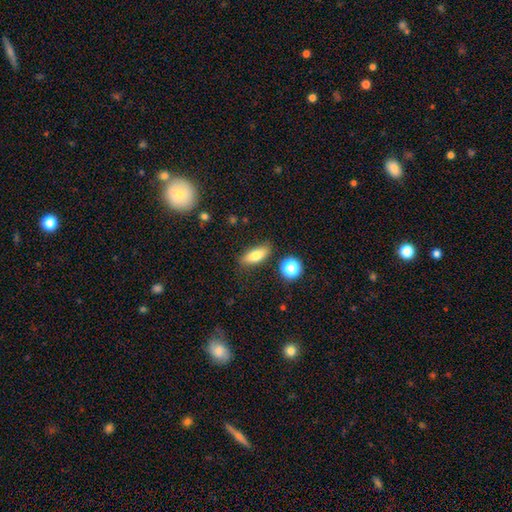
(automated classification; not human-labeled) Smooth or featured: smooth — 77% (featured or disk — 15%)
How rounded: in between — 70% (cigar-shaped — 25%)
Merging: none — 82% (minor disturbance — 12%)